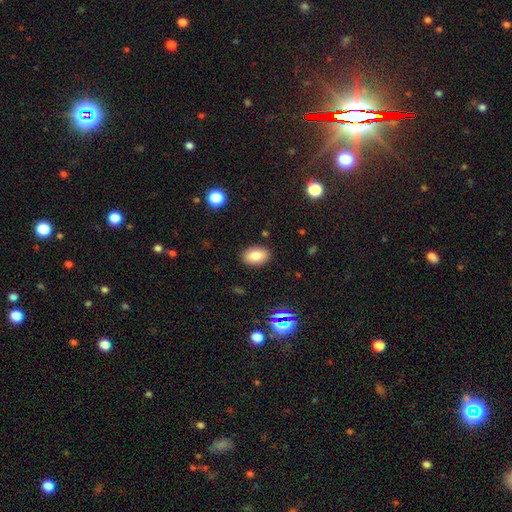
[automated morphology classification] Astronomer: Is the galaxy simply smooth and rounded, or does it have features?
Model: smooth — 80%.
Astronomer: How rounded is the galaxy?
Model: in between — 88%.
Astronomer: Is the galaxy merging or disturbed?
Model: none — 88%.